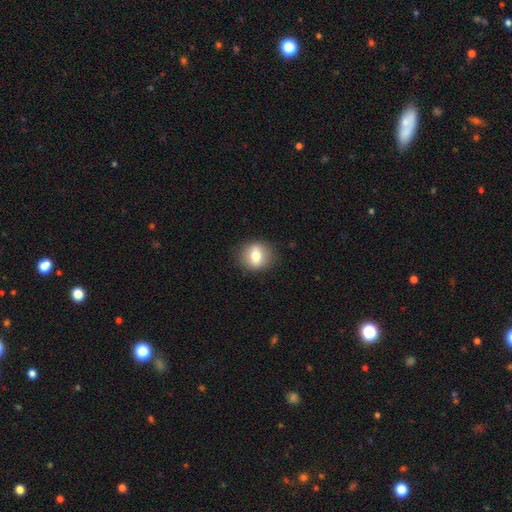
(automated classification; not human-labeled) Smooth or featured?
  - smooth: 68% *
  - featured or disk: 24%
  - star or artifact: 9%
How rounded?
  - round: 72% *
  - in between: 26%
  - cigar-shaped: 2%
Merging?
  - none: 87% *
  - minor disturbance: 9%
  - major disturbance: 3%
  - merger: 1%